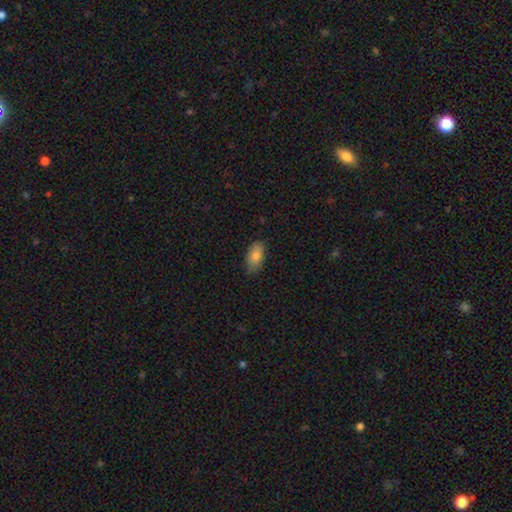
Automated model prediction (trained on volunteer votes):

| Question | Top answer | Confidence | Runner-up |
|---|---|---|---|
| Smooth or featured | smooth | 82% | featured or disk (11%) |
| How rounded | in between | 92% | cigar-shaped (4%) |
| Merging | none | 82% | minor disturbance (14%) |